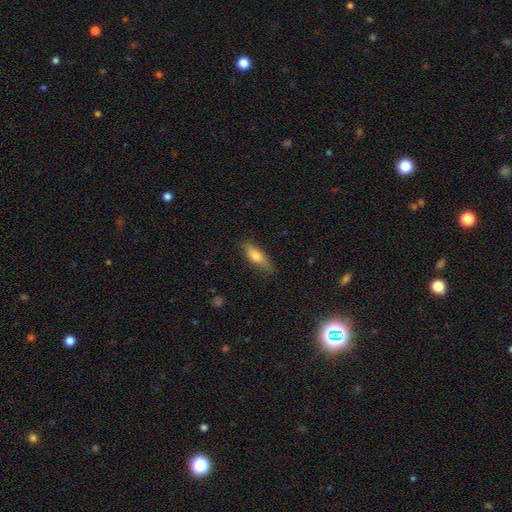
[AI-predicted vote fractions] Overall: smooth (74%). How rounded: in between (61%; cigar-shaped 36%). Merging: none (79%).